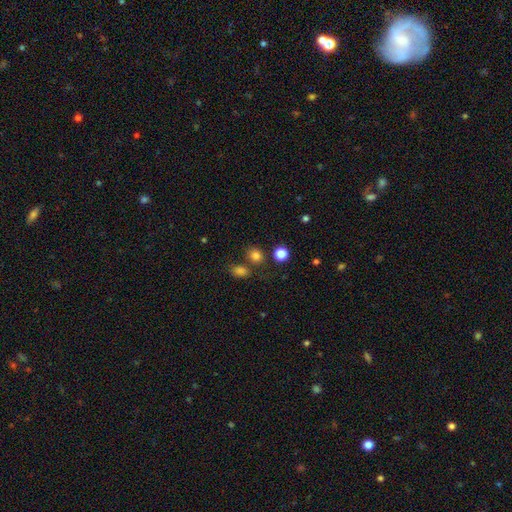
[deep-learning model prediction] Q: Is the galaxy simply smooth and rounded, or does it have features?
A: smooth — 80%.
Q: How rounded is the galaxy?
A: round — 67%.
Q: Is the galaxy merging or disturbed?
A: none — 71%.